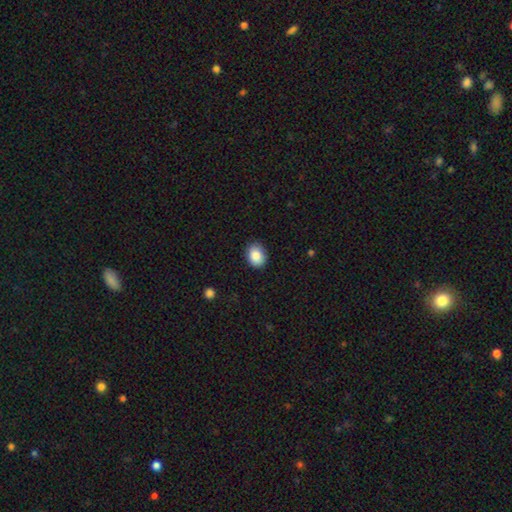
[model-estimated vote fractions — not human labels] smooth-or-featured: smooth: 87% | star or artifact: 8% | featured or disk: 5%
  how-rounded: in between: 54% | round: 45% | cigar-shaped: 1%
  merging: none: 86% | minor disturbance: 11% | major disturbance: 2% | merger: 1%